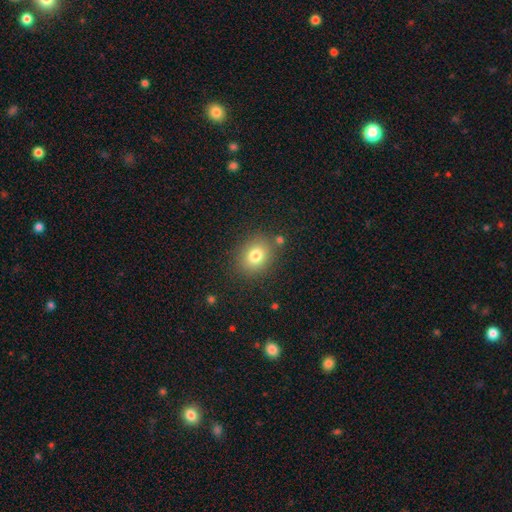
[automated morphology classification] Overall: smooth (79%). How rounded: round (58%; in between 41%). Merging: none (82%).